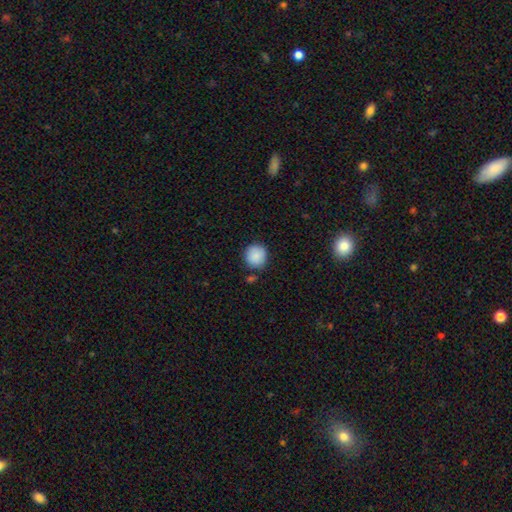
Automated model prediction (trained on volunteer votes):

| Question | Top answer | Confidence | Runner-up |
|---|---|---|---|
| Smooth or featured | smooth | 88% | star or artifact (8%) |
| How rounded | round | 90% | in between (9%) |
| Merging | none | 80% | minor disturbance (12%) |